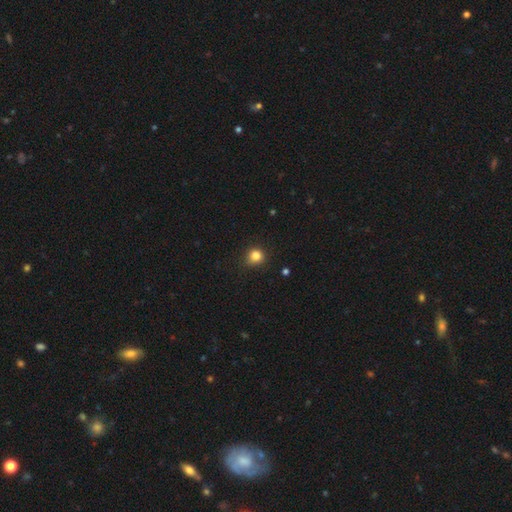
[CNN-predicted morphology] Overall: smooth (83%). How rounded: round (86%). Merging: none (83%).